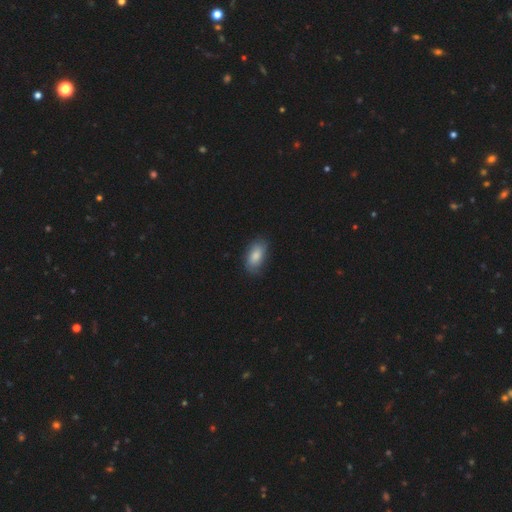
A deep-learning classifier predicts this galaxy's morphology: Smooth or featured: smooth — 80% (featured or disk — 14%)
How rounded: in between — 92% (round — 4%)
Merging: none — 76% (minor disturbance — 19%)